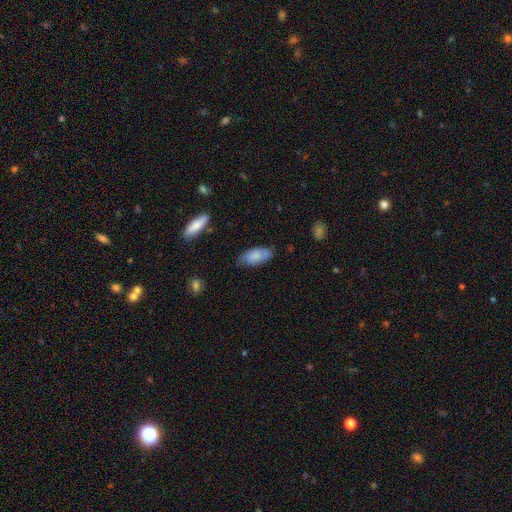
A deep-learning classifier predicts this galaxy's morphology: smooth_or_featured: smooth (p=0.73) [alt: featured or disk p=0.20]
how_rounded: in between (p=0.89) [alt: cigar-shaped p=0.08]
merging: none (p=0.67) [alt: minor disturbance p=0.26]